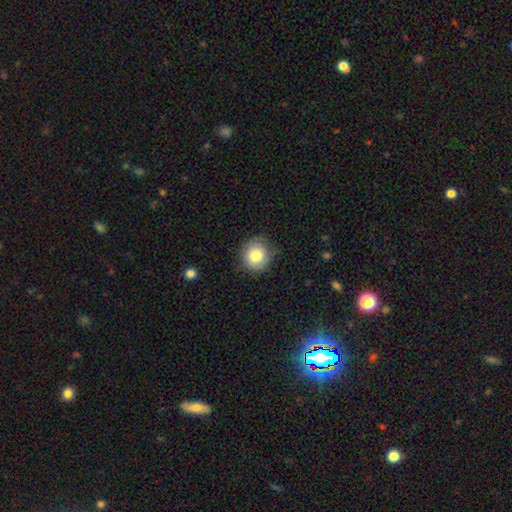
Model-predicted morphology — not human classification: Smooth or featured: smooth — 79% (featured or disk — 12%)
How rounded: round — 89% (in between — 10%)
Merging: none — 78% (minor disturbance — 17%)